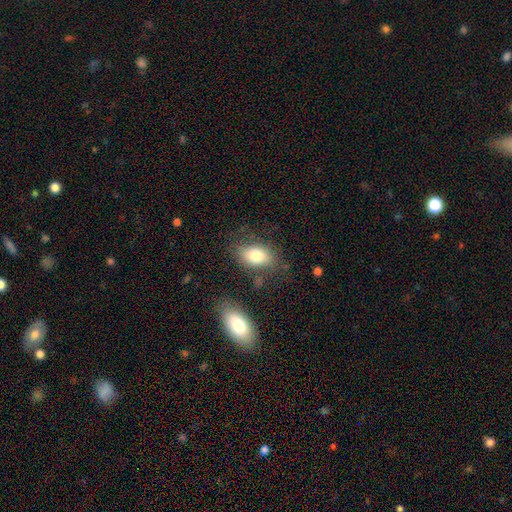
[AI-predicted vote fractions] A smooth galaxy with no disk features (79%) that is in between round and cigar-shaped (88%).

Vote fractions:
- Smooth or featured? smooth: 79% / featured or disk: 13% / star or artifact: 8%
- How rounded? in between: 88% / round: 10% / cigar-shaped: 2%
- Merging? none: 72% / minor disturbance: 17% / major disturbance: 6% / merger: 6%